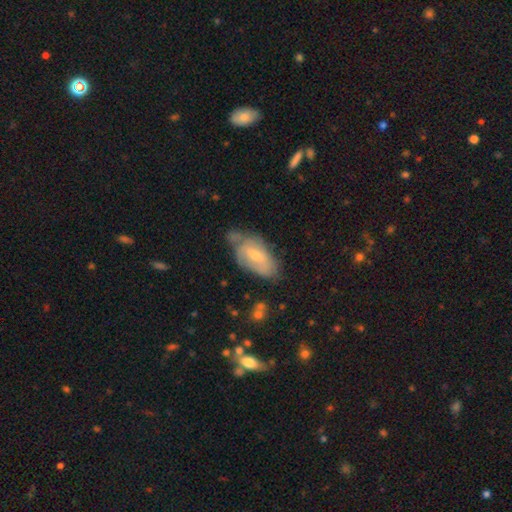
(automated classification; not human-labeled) Morphology: type=featured or disk (52%); edge-on=no (89%); merging=none (49%).